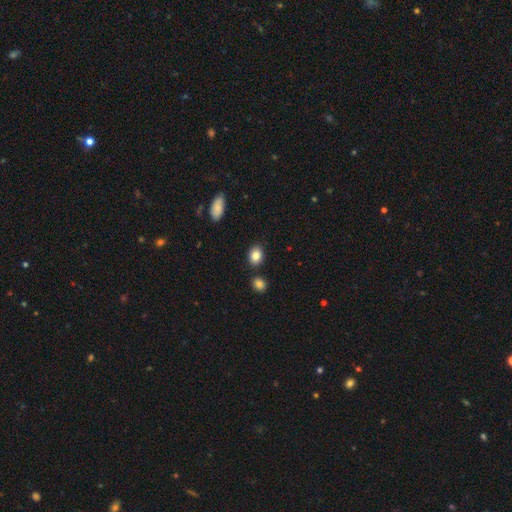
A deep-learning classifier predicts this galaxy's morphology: Smooth or featured: smooth — 85% (star or artifact — 9%)
How rounded: in between — 67% (round — 32%)
Merging: none — 82% (minor disturbance — 9%)